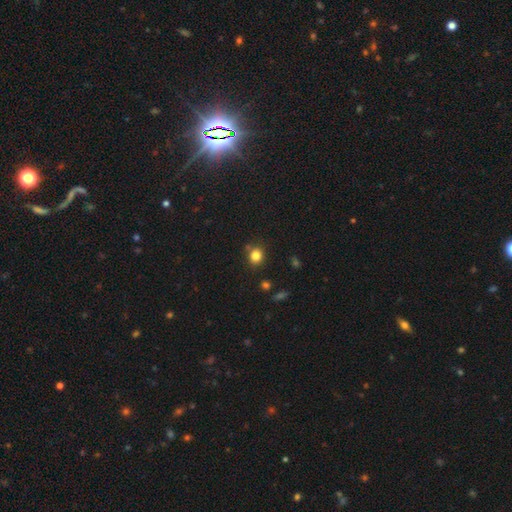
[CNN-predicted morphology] Smooth or featured? smooth (82%)
How rounded? round (81%)
Merging? none (80%)